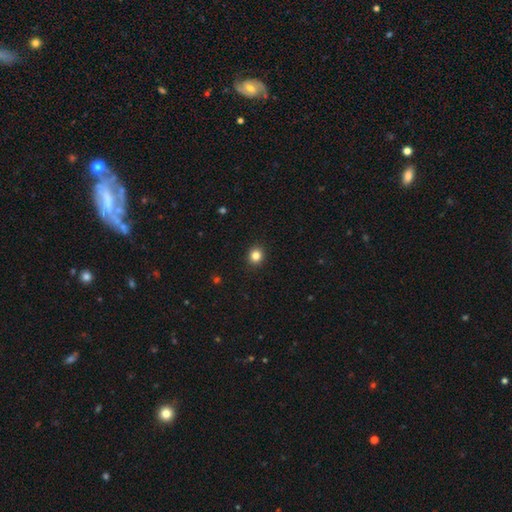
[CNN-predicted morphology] smooth_or_featured: smooth (p=0.83) [alt: star or artifact p=0.12]
how_rounded: round (p=0.84) [alt: in between p=0.15]
merging: none (p=0.92) [alt: minor disturbance p=0.05]